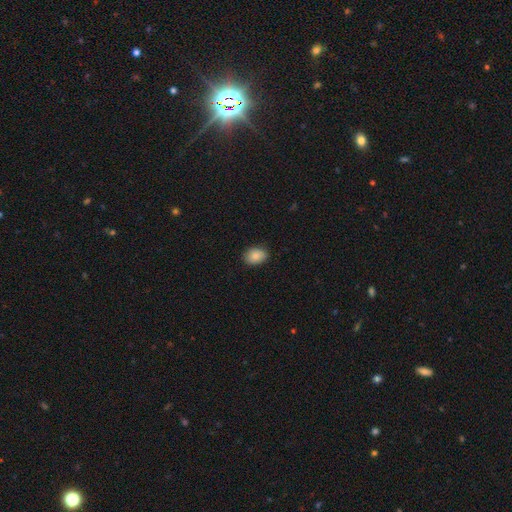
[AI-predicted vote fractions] smooth 86%, star or artifact 8%, featured or disk 6%. Down the decision tree: how rounded — in between (73%); merging — none (86%).